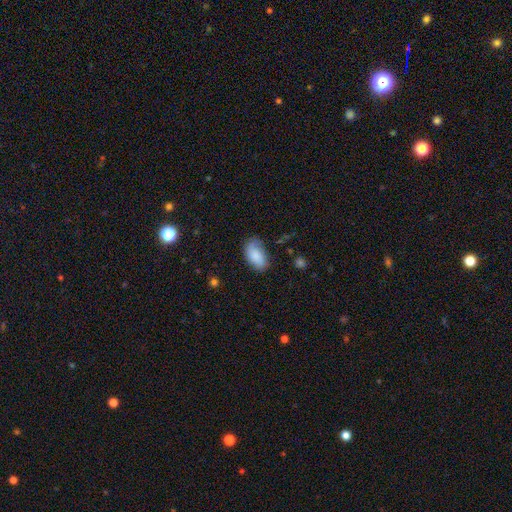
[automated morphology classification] Smooth or featured? Predicted: smooth (p=0.81). How rounded? Predicted: in between (p=0.93). Merging? Predicted: none (p=0.67).